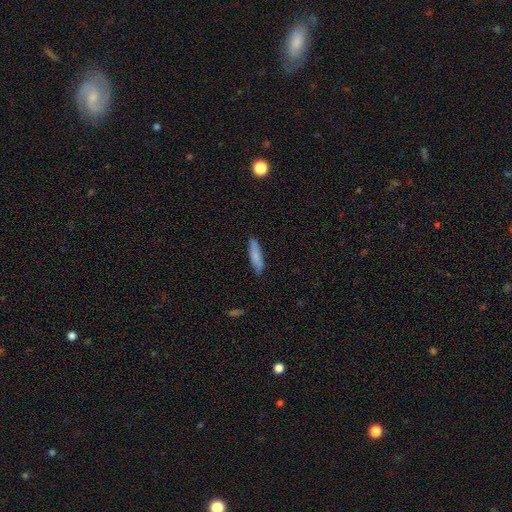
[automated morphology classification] Smooth or featured?
  - smooth: 79% *
  - featured or disk: 15%
  - star or artifact: 6%
How rounded?
  - cigar-shaped: 74% *
  - in between: 25%
  - round: 2%
Merging?
  - none: 85% *
  - minor disturbance: 12%
  - major disturbance: 2%
  - merger: 1%